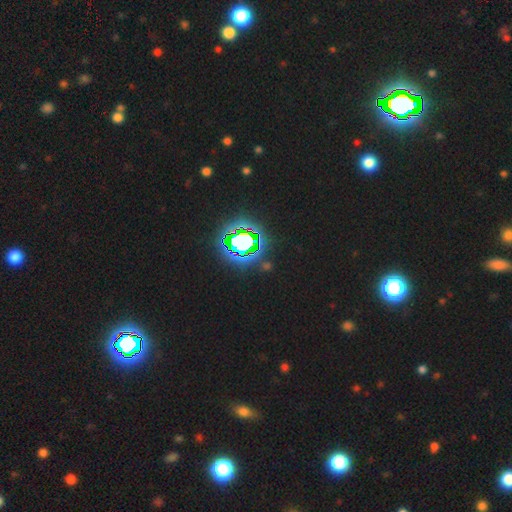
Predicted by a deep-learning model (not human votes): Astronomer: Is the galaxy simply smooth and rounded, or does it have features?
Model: star or artifact — 82%.